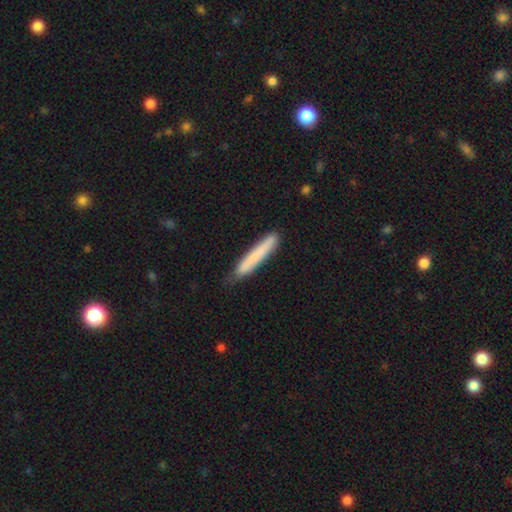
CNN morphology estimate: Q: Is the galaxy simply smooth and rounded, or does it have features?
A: smooth — 75%.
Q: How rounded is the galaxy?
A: cigar-shaped — 95%.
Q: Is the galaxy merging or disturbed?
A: none — 76%.